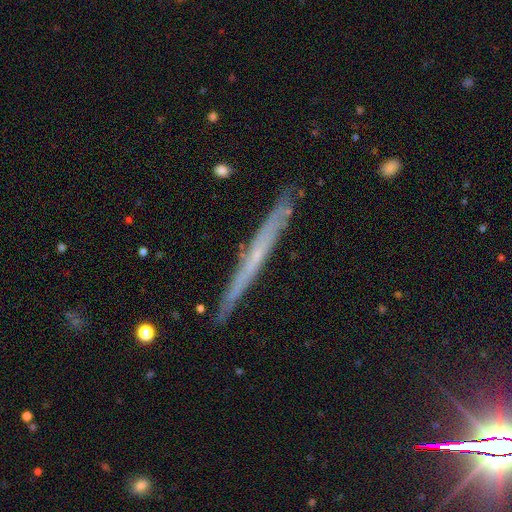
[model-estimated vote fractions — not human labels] A featured or disk galaxy (63%) viewed edge-on (95%) with no central bulge (75%).

Vote fractions:
- Smooth or featured? featured or disk: 63% / smooth: 28% / star or artifact: 9%
- Edge-on disk? yes: 95% / no: 5%
- Edge-on bulge? none: 75% / rounded: 22% / boxy: 4%
- Merging? none: 88% / minor disturbance: 9% / major disturbance: 1% / merger: 1%